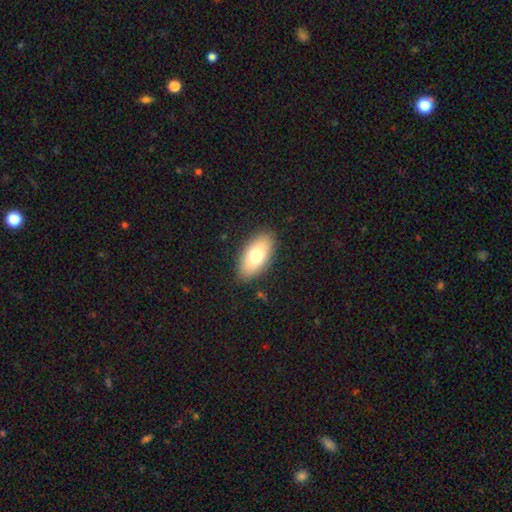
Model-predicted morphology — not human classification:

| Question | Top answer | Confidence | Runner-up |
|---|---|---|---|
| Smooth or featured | smooth | 73% | featured or disk (20%) |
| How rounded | in between | 91% | cigar-shaped (5%) |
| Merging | none | 87% | minor disturbance (9%) |